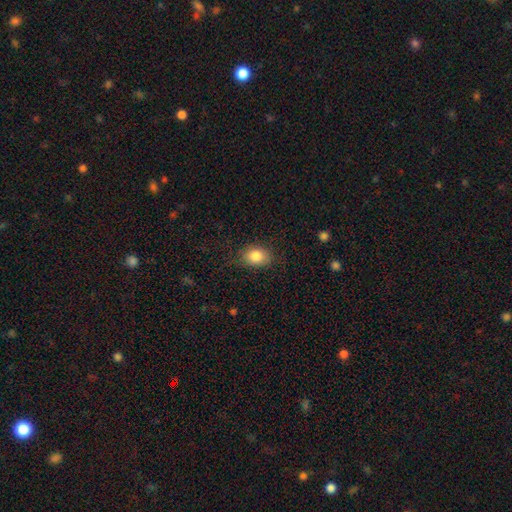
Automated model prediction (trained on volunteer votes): The model was most divided on "how rounded": in between: 70%, round: 29%, cigar-shaped: 1%. More confident: smooth or featured — smooth (84%); merging — none (81%).